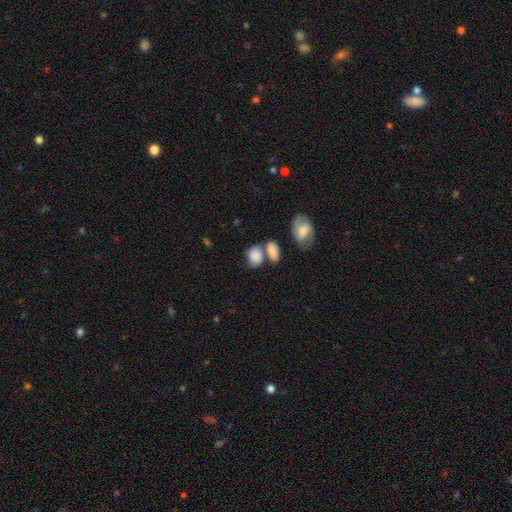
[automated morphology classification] Overall: smooth (83%). How rounded: in between (65%; round 33%). Merging: none (40%; merger 34%).